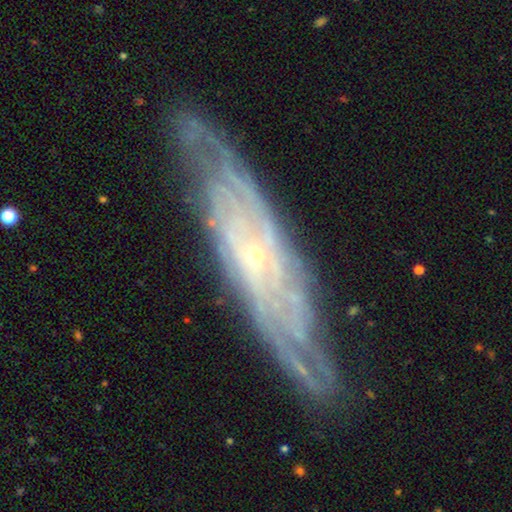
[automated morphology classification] featured or disk 85%, smooth 8%, star or artifact 6%. Down the decision tree: edge-on disk — no (71%); bar — no (68%); spiral arms — yes (95%); spiral arm count — can't tell (43%); spiral winding — tight (68%); bulge size — small (85%); merging — none (79%).